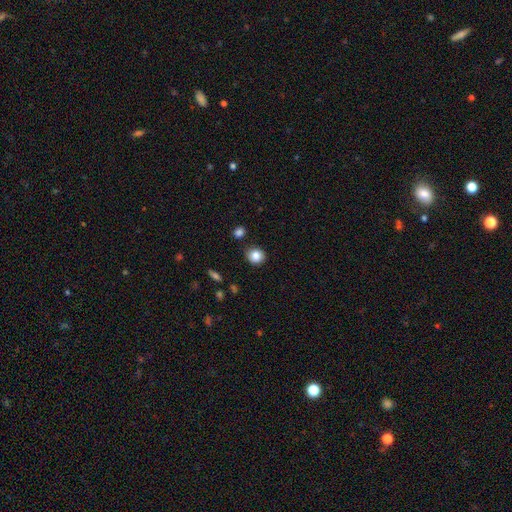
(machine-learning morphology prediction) Overall: smooth (85%). How rounded: round (83%). Merging: none (82%).